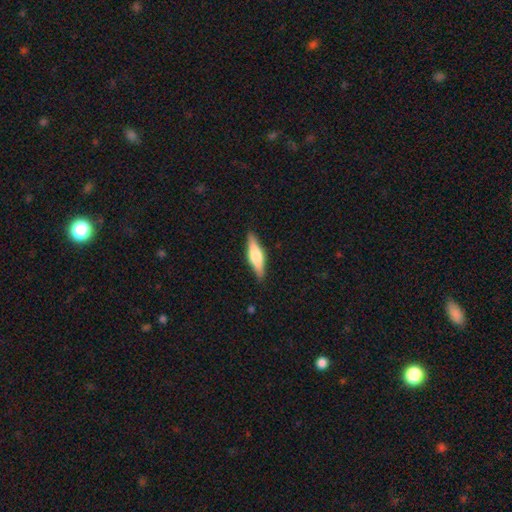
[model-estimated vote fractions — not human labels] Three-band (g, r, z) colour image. It shows a smooth galaxy with no disk features (47%, tied with featured or disk). Merging: none (88%).